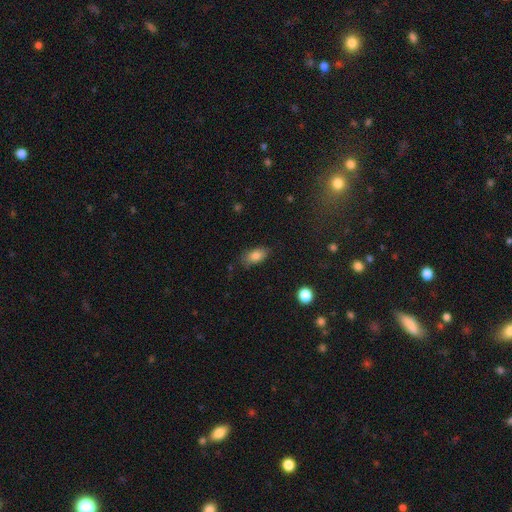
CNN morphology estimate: This is clearly a smooth galaxy (82%). How rounded: clearly in between (89%). Merging: likely none (78%).